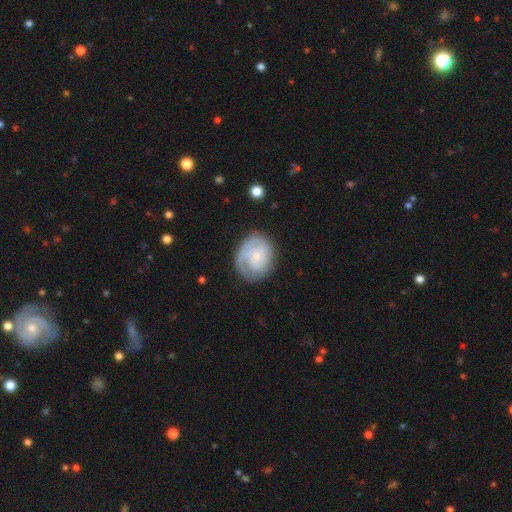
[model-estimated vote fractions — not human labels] A featured or disk galaxy (62%) with no bar (67%), 2 (31%) tight (49%) spiral arms (88%) and a small central bulge (70%).

Vote fractions:
- Smooth or featured? featured or disk: 62% / smooth: 32% / star or artifact: 6%
- Edge-on disk? no: 98% / yes: 2%
- Bar? no: 67% / weak: 29% / strong: 4%
- Spiral arms? yes: 88% / no: 12%
- Spiral winding? tight: 49% / medium: 36% / loose: 15%
- Spiral arm count? 2: 31% / can't tell: 27% / 1: 21% / 3: 15% / 4: 3% / more than 4: 3%
- Bulge size? small: 70% / moderate: 16% / none: 11% / large: 2% / dominant: 1%
- Merging? none: 66% / minor disturbance: 20% / major disturbance: 11% / merger: 2%